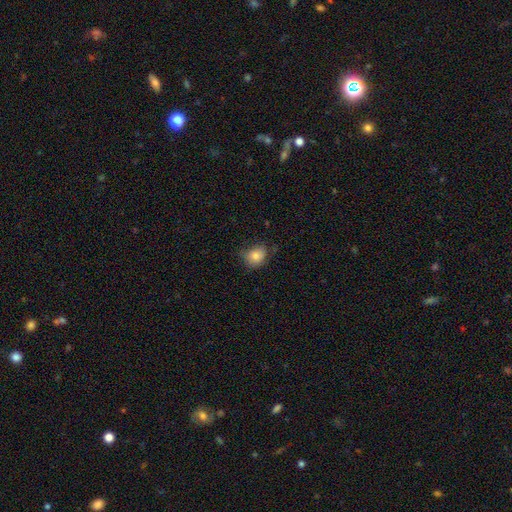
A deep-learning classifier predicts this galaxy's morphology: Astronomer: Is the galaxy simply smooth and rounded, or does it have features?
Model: smooth — 81%.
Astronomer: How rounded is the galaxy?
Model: round — 55% (runner-up: in between, 44%).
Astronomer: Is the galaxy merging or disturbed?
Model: none — 62%.